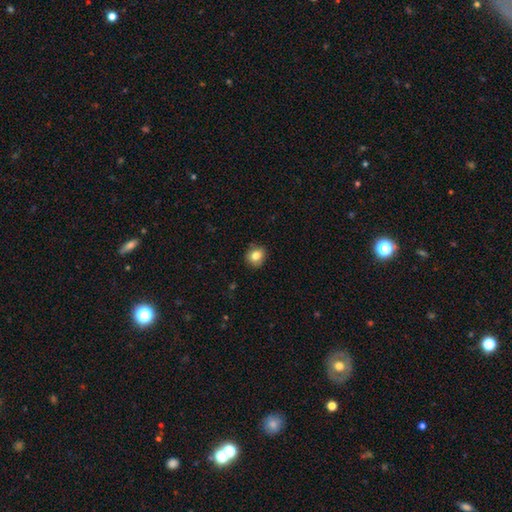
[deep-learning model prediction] smooth-or-featured: smooth: 82% | star or artifact: 10% | featured or disk: 9%
  how-rounded: round: 76% | in between: 23% | cigar-shaped: 1%
  merging: none: 85% | minor disturbance: 11% | major disturbance: 2% | merger: 1%